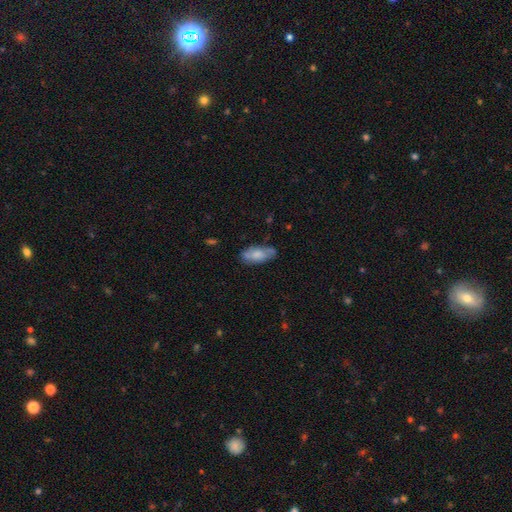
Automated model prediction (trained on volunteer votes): This is likely a smooth galaxy (66%). How rounded: likely in between (80%). Merging: likely none (73%).